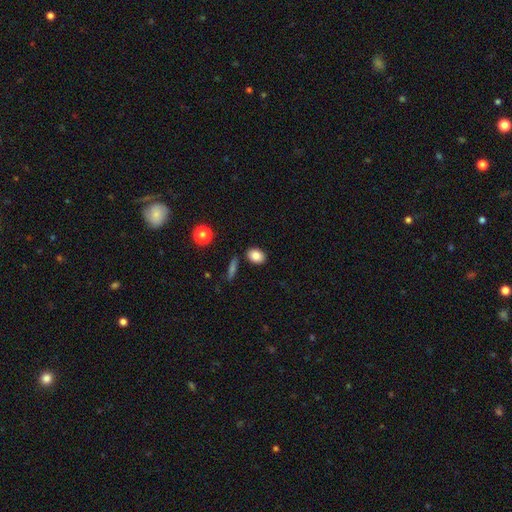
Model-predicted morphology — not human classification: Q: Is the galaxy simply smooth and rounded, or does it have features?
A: smooth — 84%.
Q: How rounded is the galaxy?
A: in between — 68%.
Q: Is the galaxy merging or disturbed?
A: none — 84%.